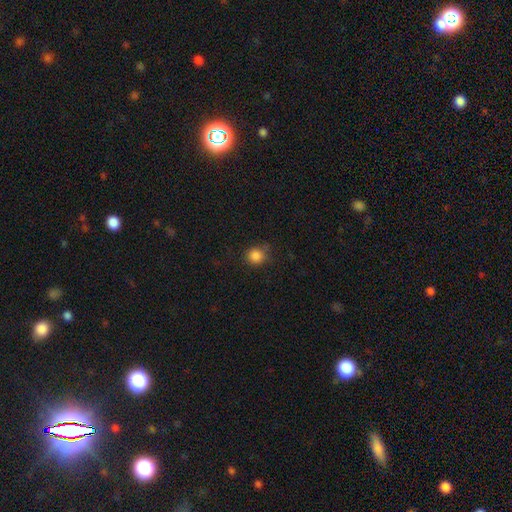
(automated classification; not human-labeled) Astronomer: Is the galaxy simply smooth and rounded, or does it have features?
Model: smooth — 85%.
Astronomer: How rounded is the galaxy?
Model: round — 89%.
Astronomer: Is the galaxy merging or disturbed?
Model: none — 74%.